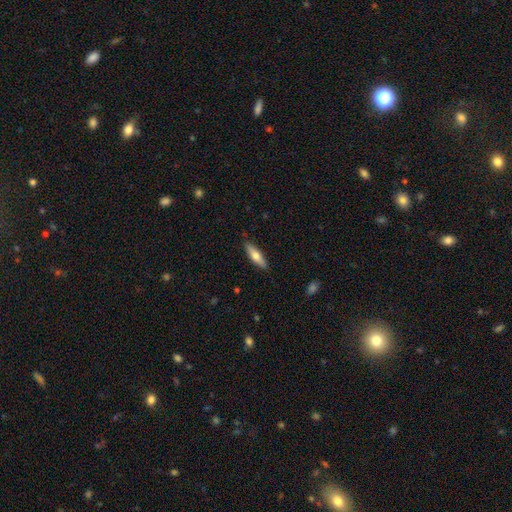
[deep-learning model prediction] Smooth or featured: smooth — 64% (featured or disk — 30%)
How rounded: cigar-shaped — 60% (in between — 38%)
Merging: none — 88% (minor disturbance — 9%)